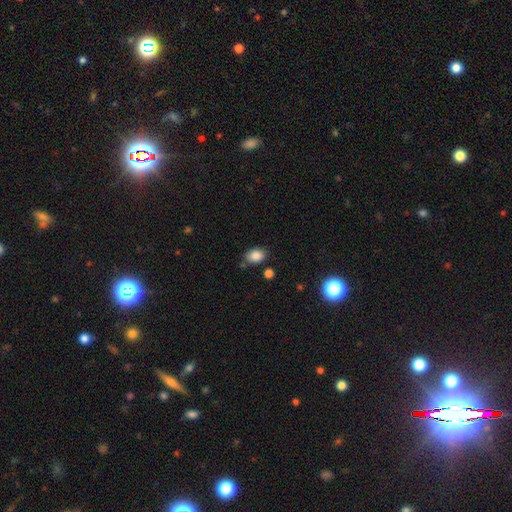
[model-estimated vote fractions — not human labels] The model was most divided on "how rounded": in between: 76%, round: 23%, cigar-shaped: 1%. More confident: smooth or featured — smooth (85%); merging — none (76%).